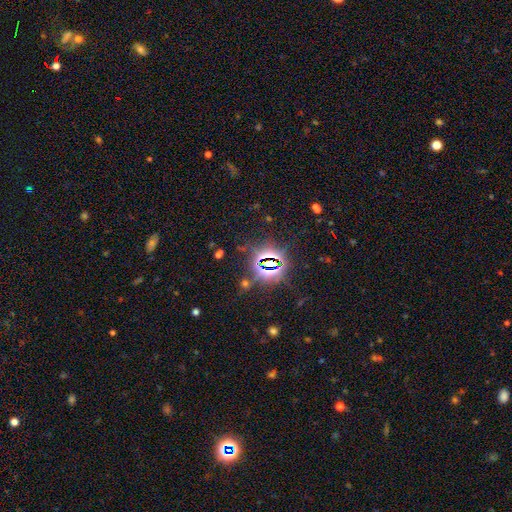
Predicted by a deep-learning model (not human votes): A star or artifact, not a galaxy (80%).

Vote fractions:
- Smooth or featured? star or artifact: 80% / smooth: 12% / featured or disk: 8%